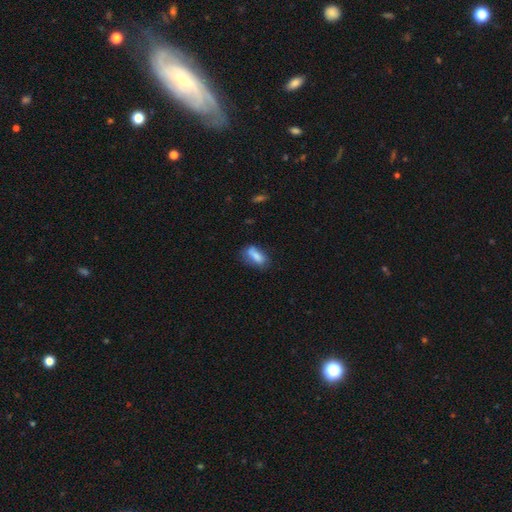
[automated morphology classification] Smooth or featured: smooth — 77% (featured or disk — 15%)
How rounded: in between — 76% (cigar-shaped — 20%)
Merging: none — 54% (minor disturbance — 29%)